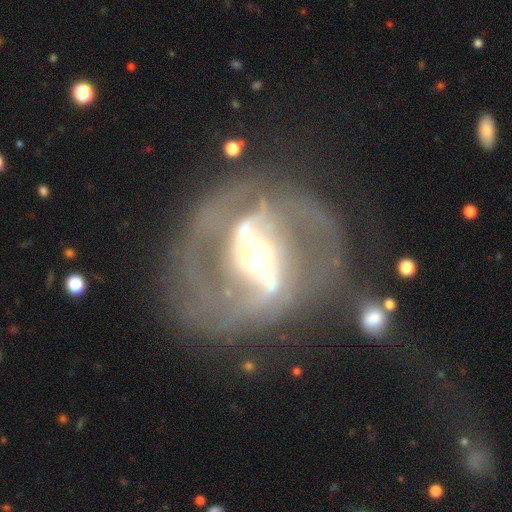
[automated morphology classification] A featured or disk galaxy (88%) with a strong bar (66%), 2 (86%) medium (51%) spiral arms (89%) and a moderate central bulge (55%). Merging: none (70%).